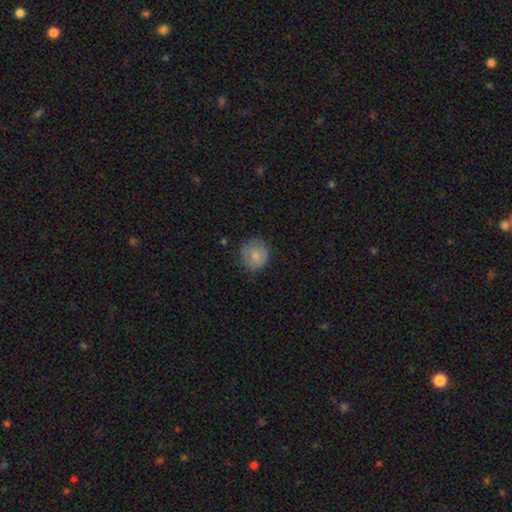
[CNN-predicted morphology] Smooth or featured? Predicted: smooth (p=0.80). How rounded? Predicted: round (p=0.90). Merging? Predicted: none (p=0.78).